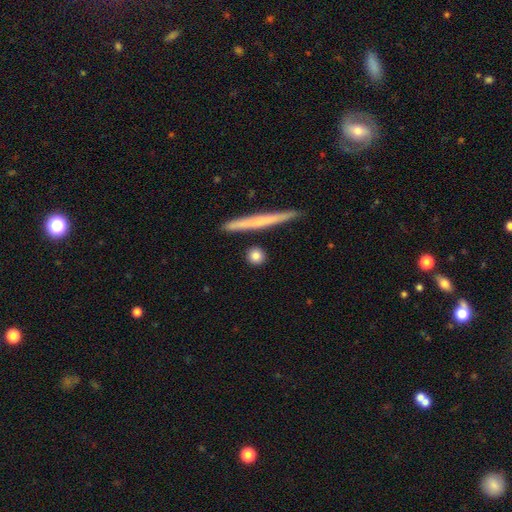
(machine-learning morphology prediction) smooth_or_featured: smooth (p=0.81) [alt: featured or disk p=0.12]
how_rounded: round (p=0.78) [alt: cigar-shaped p=0.12]
merging: none (p=0.87) [alt: minor disturbance p=0.07]